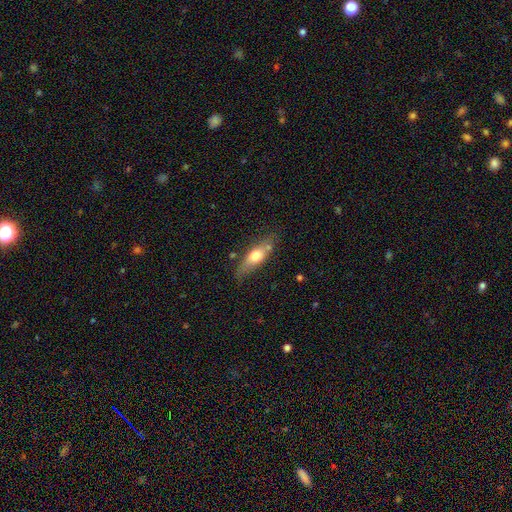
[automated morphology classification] This appears to be a smooth galaxy with no disk features (59%) that is in between round and cigar-shaped (50%). Merging: none (70%).